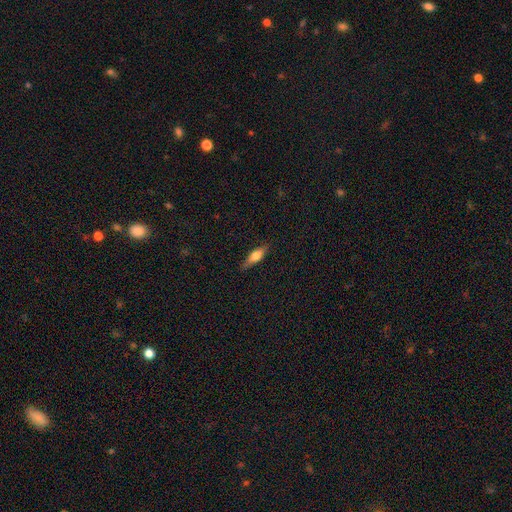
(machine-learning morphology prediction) The model was most divided on "smooth or featured": smooth: 55%, featured or disk: 39%, star or artifact: 7%. More confident: merging — none (85%); how rounded — cigar-shaped (58%).